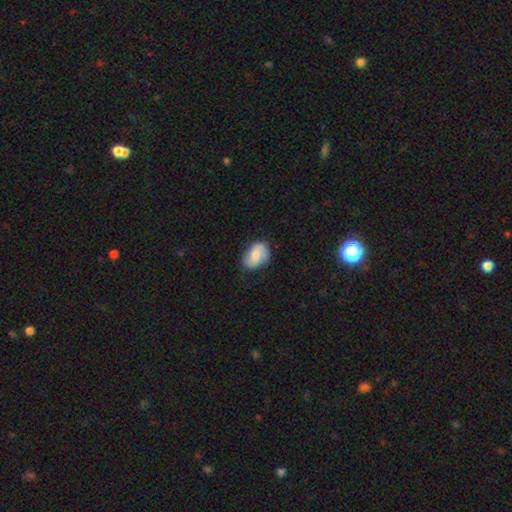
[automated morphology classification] Q: Smooth or featured?
A: smooth (66%); runner-up: featured or disk (27%)
Q: How rounded?
A: in between (83%); runner-up: round (16%)
Q: Merging?
A: none (65%); runner-up: minor disturbance (27%)